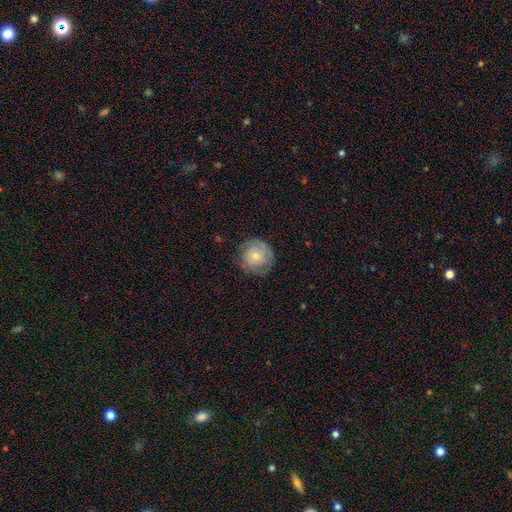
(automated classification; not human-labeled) This is possibly a smooth galaxy (56%). How rounded: clearly round (92%). Merging: likely none (76%).